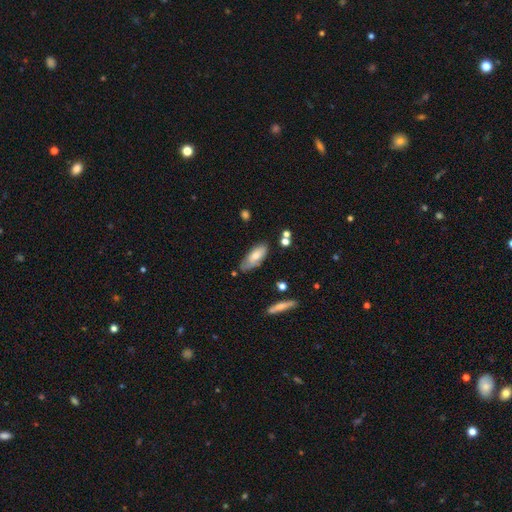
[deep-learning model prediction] Overall: smooth (70%). How rounded: in between (76%). Merging: none (60%; minor disturbance 28%).